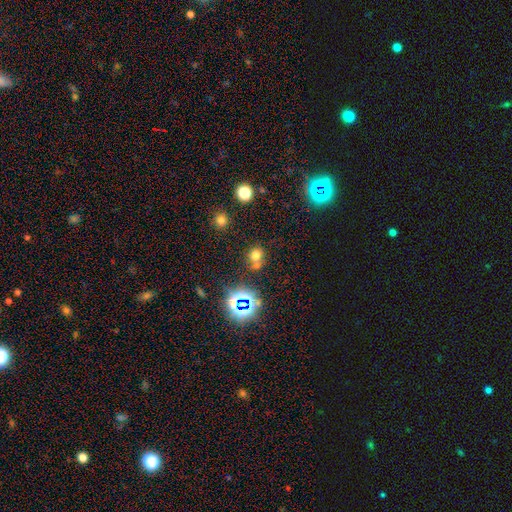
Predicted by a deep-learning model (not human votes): This appears to be a smooth galaxy with no disk features (64%) that is round (79%). Merging: none (56%).